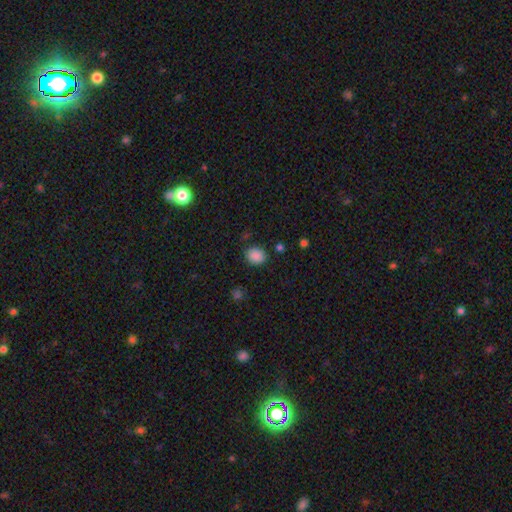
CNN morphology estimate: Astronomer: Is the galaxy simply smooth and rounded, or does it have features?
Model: smooth — 86%.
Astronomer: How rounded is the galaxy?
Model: round — 66%.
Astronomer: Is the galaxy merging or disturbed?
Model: none — 82%.